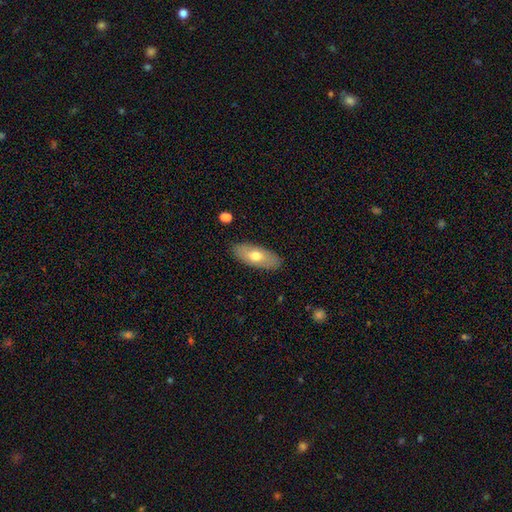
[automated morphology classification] This appears to be a smooth galaxy with no disk features (64%) that is in between round and cigar-shaped (87%). Merging: none (87%).